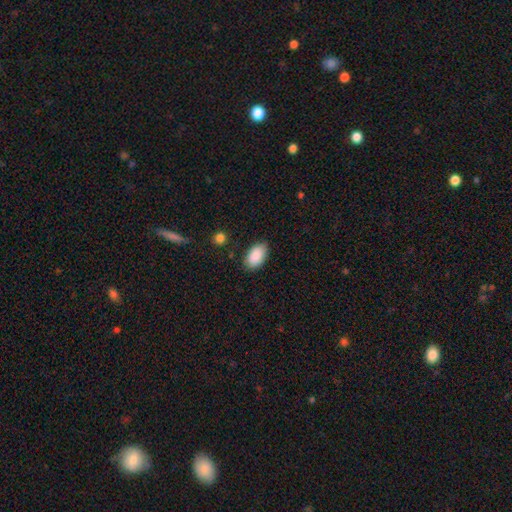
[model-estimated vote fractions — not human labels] A smooth galaxy with no disk features (90%) that is in between round and cigar-shaped (94%).

Vote fractions:
- Smooth or featured? smooth: 90% / star or artifact: 7% / featured or disk: 4%
- How rounded? in between: 94% / round: 5% / cigar-shaped: 1%
- Merging? none: 84% / minor disturbance: 12% / major disturbance: 3% / merger: 1%